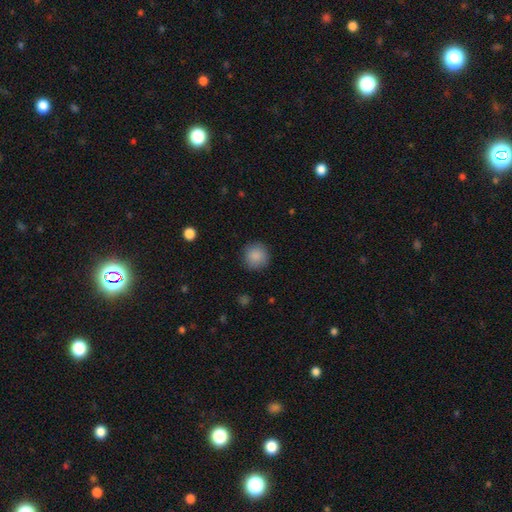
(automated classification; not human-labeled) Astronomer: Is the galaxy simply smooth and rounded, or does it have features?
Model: smooth — 88%.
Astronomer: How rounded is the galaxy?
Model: round — 95%.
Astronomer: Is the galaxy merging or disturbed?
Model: none — 90%.